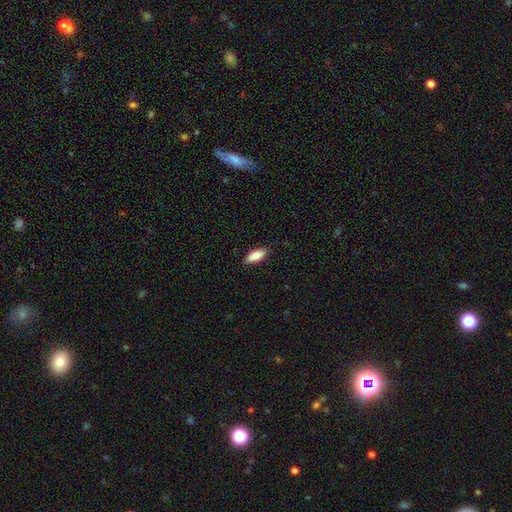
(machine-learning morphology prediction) smooth-or-featured: smooth: 86% | featured or disk: 8% | star or artifact: 6%
  how-rounded: in between: 76% | cigar-shaped: 23% | round: 2%
  merging: none: 86% | minor disturbance: 11% | major disturbance: 2% | merger: 1%